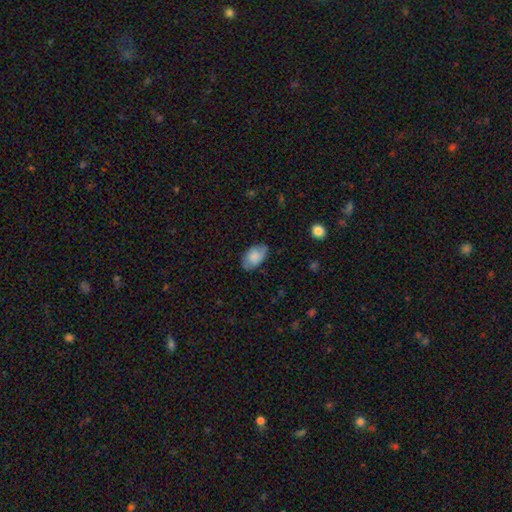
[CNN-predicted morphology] Q: Smooth or featured?
A: smooth (74%); runner-up: featured or disk (19%)
Q: How rounded?
A: in between (93%); runner-up: round (6%)
Q: Merging?
A: none (75%); runner-up: minor disturbance (20%)